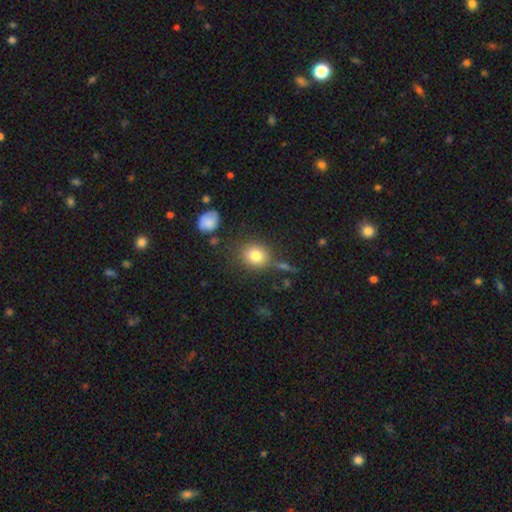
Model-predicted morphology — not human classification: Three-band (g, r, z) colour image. It shows a smooth galaxy with no disk features (82%) that is round (70%). Merging: none (74%).